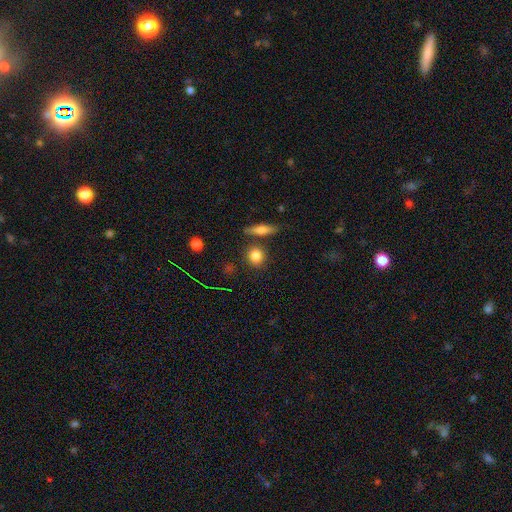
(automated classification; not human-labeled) Q: Smooth or featured?
A: smooth (82%); runner-up: star or artifact (9%)
Q: How rounded?
A: round (76%); runner-up: in between (19%)
Q: Merging?
A: none (79%); runner-up: minor disturbance (10%)